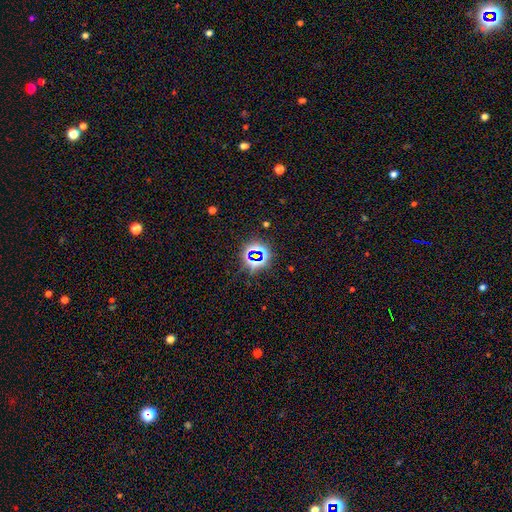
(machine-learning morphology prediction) Overall: star or artifact (74%).